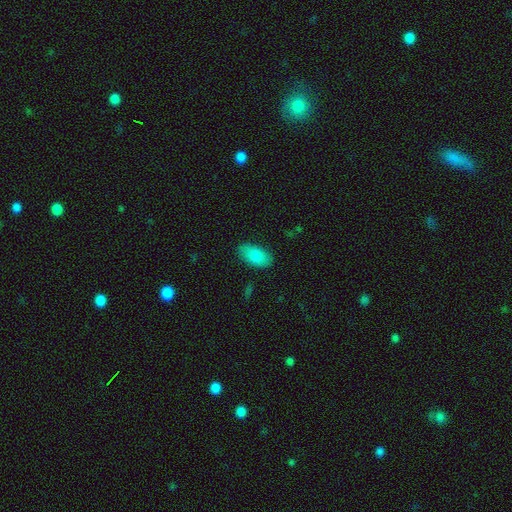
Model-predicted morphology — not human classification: Q: Smooth or featured?
A: smooth (85%); runner-up: featured or disk (8%)
Q: How rounded?
A: in between (94%); runner-up: round (3%)
Q: Merging?
A: none (82%); runner-up: minor disturbance (14%)